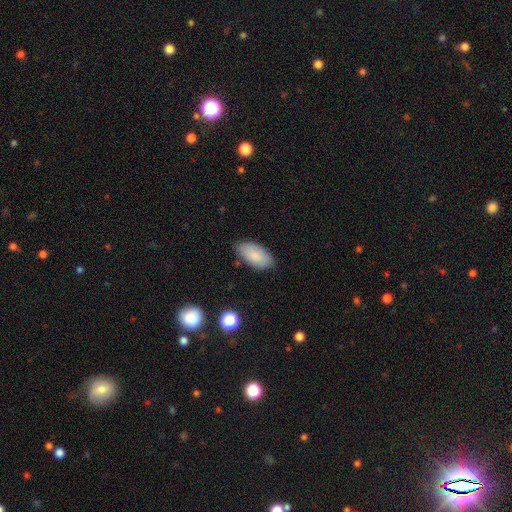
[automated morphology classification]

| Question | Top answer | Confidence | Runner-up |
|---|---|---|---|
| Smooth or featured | smooth | 84% | featured or disk (9%) |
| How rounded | in between | 94% | cigar-shaped (4%) |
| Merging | none | 78% | minor disturbance (17%) |